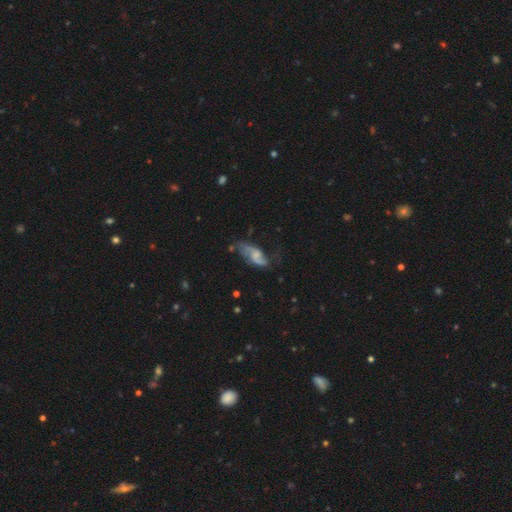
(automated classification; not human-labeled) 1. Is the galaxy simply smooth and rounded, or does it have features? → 68% featured or disk, 24% smooth, 8% star or artifact.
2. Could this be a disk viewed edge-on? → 93% no, 7% yes.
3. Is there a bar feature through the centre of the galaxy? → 57% no, 35% weak, 8% strong.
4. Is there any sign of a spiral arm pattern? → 86% yes, 14% no.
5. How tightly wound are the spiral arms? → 59% loose, 31% medium, 10% tight.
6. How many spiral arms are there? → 80% 2, 9% can't tell, 6% 1, 2% 3, 1% 4, 1% more than 4.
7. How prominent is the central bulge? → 35% small, 32% none, 26% moderate, 6% large, 2% dominant.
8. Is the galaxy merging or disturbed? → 41% none, 28% major disturbance, 26% minor disturbance, 6% merger.